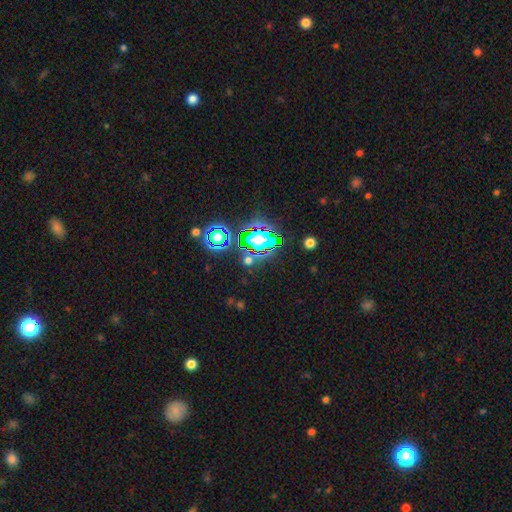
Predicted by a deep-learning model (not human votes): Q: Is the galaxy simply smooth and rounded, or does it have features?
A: star or artifact — 80%.